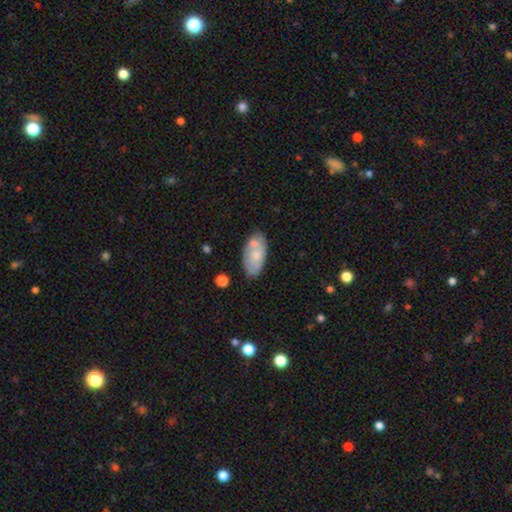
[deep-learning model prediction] Morphology: type=smooth (64%); roundness=in between (93%); merging=none (62%).